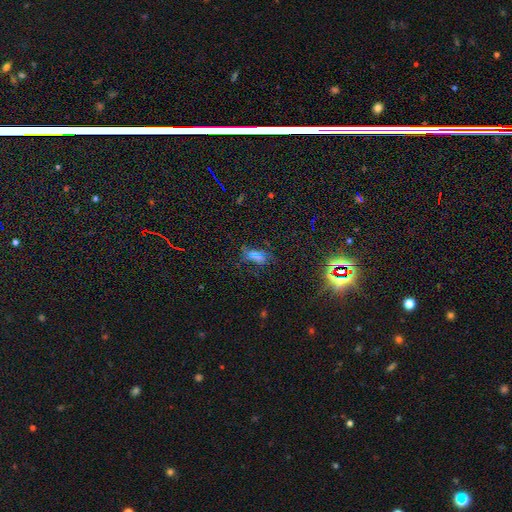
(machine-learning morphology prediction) Overall: star or artifact (50%; smooth 39%).